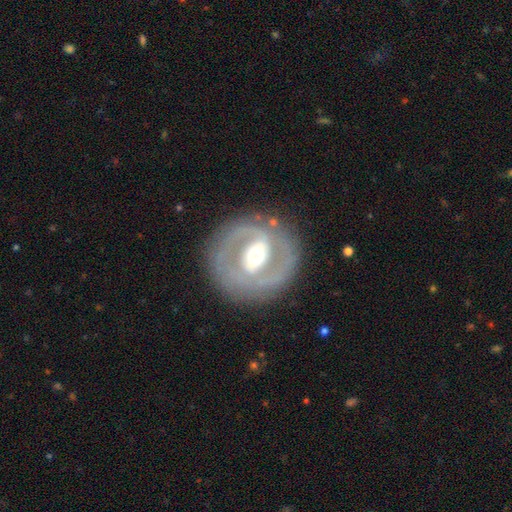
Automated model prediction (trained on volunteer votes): Overall: featured or disk (79%). Edge-on disk: no (96%). Bar: strong (46%; weak 37%). Spiral arms: yes (70%). Spiral arm count: 2 (79%). Spiral winding: tight (48%; medium 37%). Bulge size: moderate (66%). Merging: none (82%).